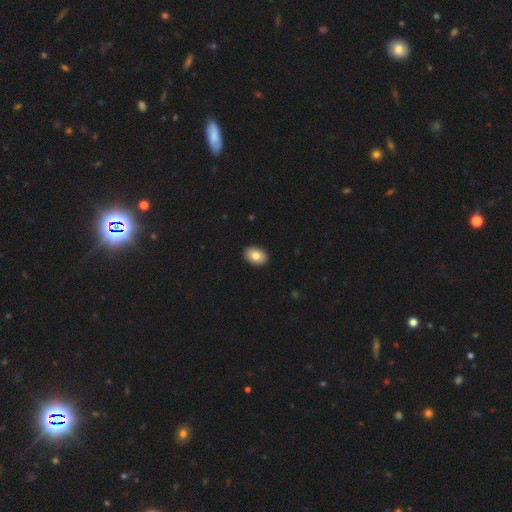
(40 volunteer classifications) This is clearly a smooth galaxy (80%). How rounded: likely in between (75%). Merging: clearly none (86%).